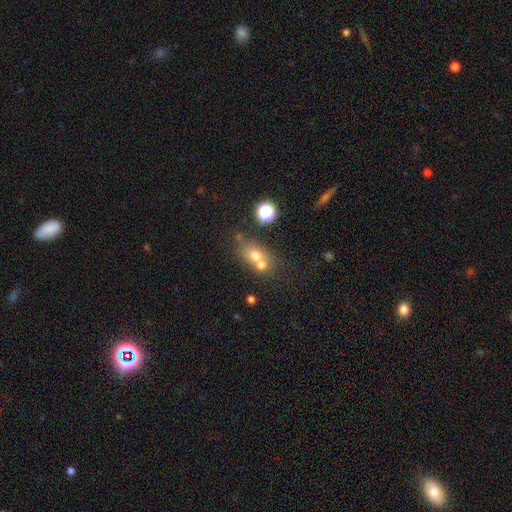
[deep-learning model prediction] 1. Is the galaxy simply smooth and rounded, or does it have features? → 66% smooth, 18% featured or disk, 16% star or artifact.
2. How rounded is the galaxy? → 55% round, 43% in between, 2% cigar-shaped.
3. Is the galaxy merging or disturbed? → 53% merger, 36% none, 8% minor disturbance, 4% major disturbance.